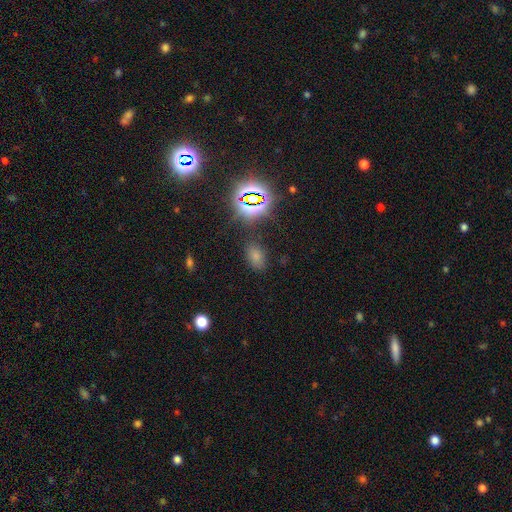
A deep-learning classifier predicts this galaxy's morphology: smooth 65%, star or artifact 27%, featured or disk 7%. Down the decision tree: how rounded — in between (87%); merging — none (80%).